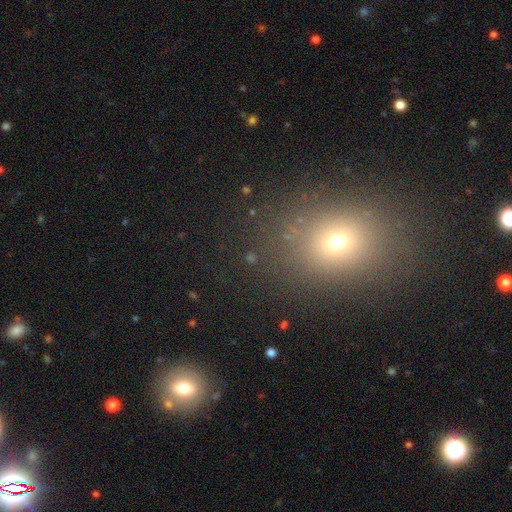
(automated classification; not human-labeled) This is possibly a smooth galaxy (54%). How rounded: likely round (64%). Merging: likely none (79%).